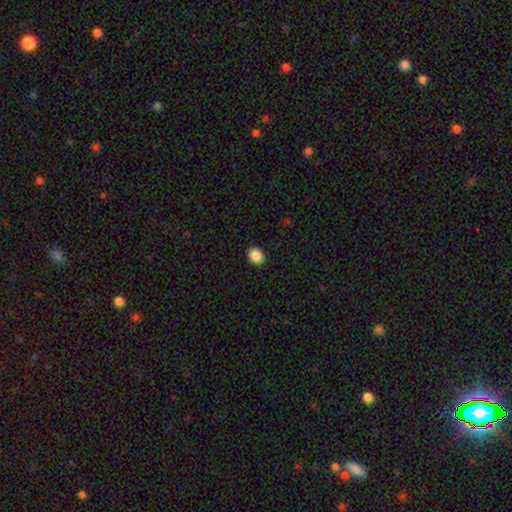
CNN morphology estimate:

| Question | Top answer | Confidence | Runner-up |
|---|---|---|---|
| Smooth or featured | smooth | 88% | star or artifact (9%) |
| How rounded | round | 53% | in between (46%) |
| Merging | none | 91% | minor disturbance (6%) |